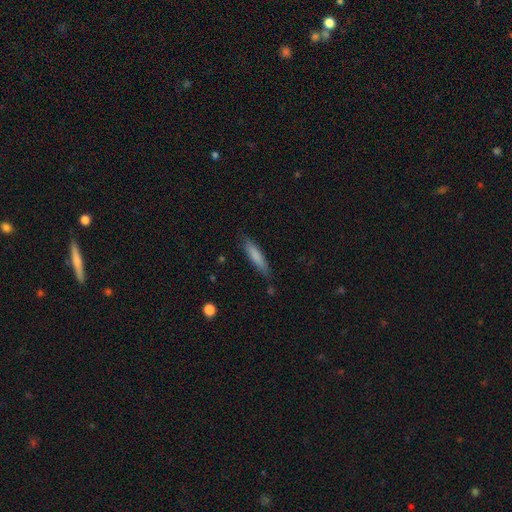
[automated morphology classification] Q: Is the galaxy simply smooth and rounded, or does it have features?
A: smooth — 79%.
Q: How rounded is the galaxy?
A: cigar-shaped — 82%.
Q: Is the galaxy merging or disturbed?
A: none — 80%.